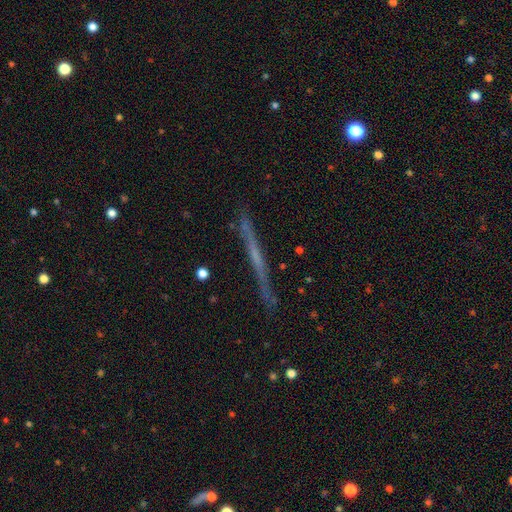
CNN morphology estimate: featured or disk 63%, smooth 29%, star or artifact 7%. Down the decision tree: edge-on disk — yes (97%); edge-on bulge — none (81%); merging — none (87%).